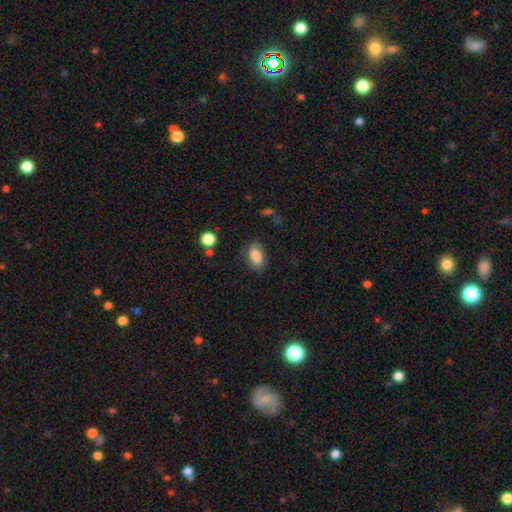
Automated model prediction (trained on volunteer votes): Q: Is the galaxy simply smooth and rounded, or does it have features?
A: smooth — 79%.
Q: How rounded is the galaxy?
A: in between — 90%.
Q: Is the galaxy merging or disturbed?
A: none — 74%.